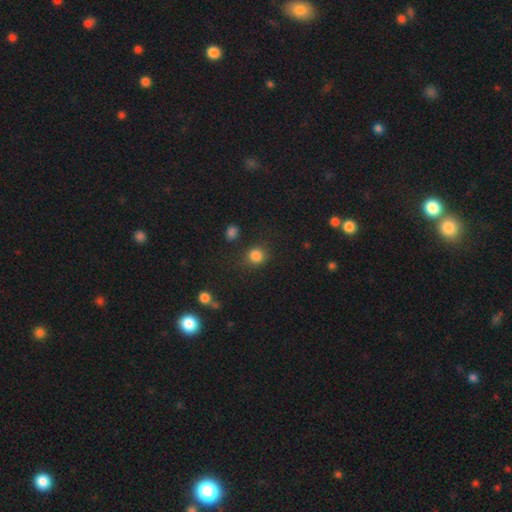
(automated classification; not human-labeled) Smooth or featured? smooth (83%)
How rounded? round (87%)
Merging? none (80%)